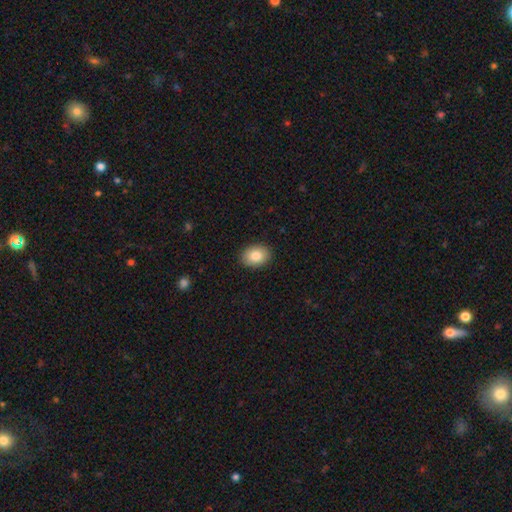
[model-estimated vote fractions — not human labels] smooth_or_featured: smooth (p=0.86) [alt: star or artifact p=0.07]
how_rounded: in between (p=0.66) [alt: round p=0.33]
merging: none (p=0.90) [alt: minor disturbance p=0.07]